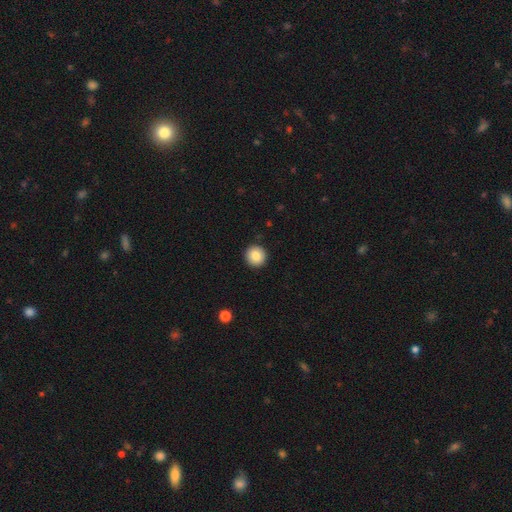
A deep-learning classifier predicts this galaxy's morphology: Overall: smooth (85%). How rounded: round (96%). Merging: none (93%).